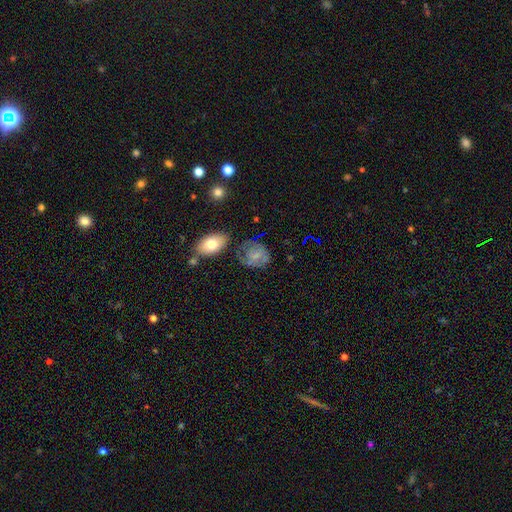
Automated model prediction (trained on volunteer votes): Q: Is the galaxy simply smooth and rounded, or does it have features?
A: smooth — 52%.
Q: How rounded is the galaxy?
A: round — 54%.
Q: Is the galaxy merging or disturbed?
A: none — 53%.